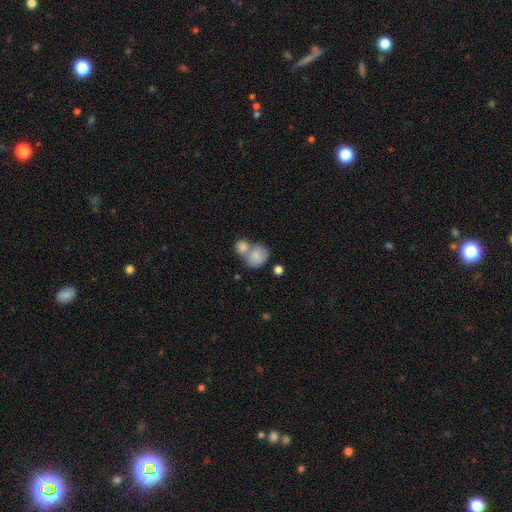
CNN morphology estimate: A smooth galaxy with no disk features (81%) that is round (64%). Merging: merger (62%).